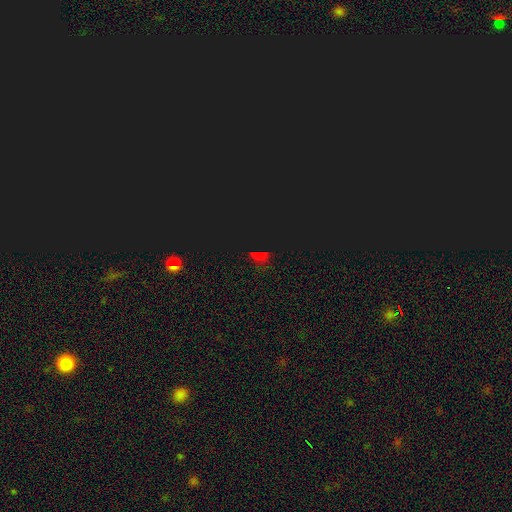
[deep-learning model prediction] Q: Smooth or featured?
A: star or artifact (71%); runner-up: smooth (23%)